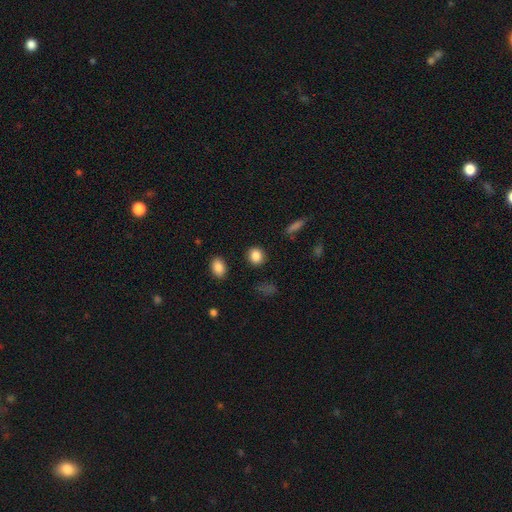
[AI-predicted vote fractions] The model was most divided on "how rounded": round: 74%, in between: 24%, cigar-shaped: 1%. More confident: merging — none (89%); smooth or featured — smooth (86%).